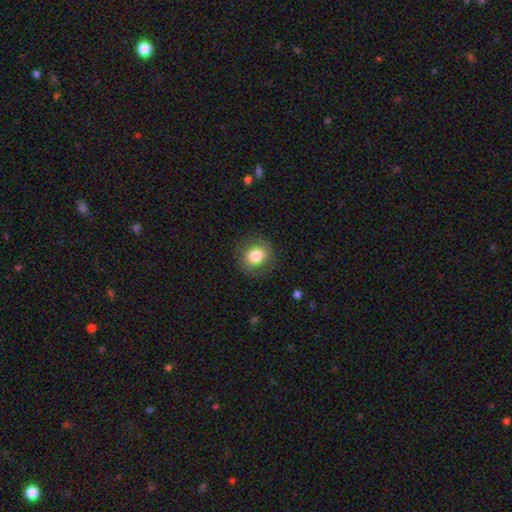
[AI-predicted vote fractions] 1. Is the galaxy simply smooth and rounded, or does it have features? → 80% smooth, 11% featured or disk, 9% star or artifact.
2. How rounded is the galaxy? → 80% round, 19% in between, 1% cigar-shaped.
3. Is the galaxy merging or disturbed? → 84% none, 11% minor disturbance, 4% major disturbance, 1% merger.